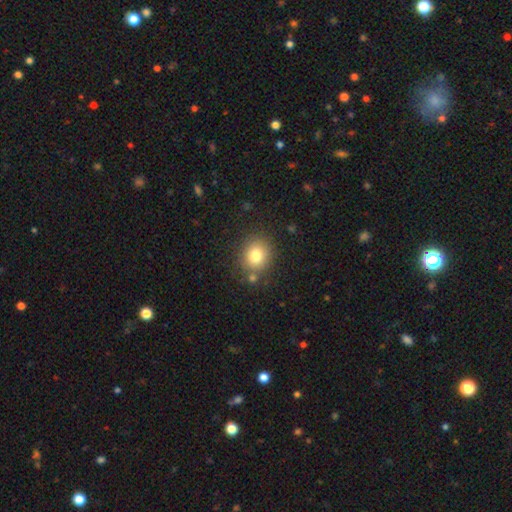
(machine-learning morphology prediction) smooth 79%, star or artifact 11%, featured or disk 10%. Down the decision tree: how rounded — round (76%); merging — none (79%).